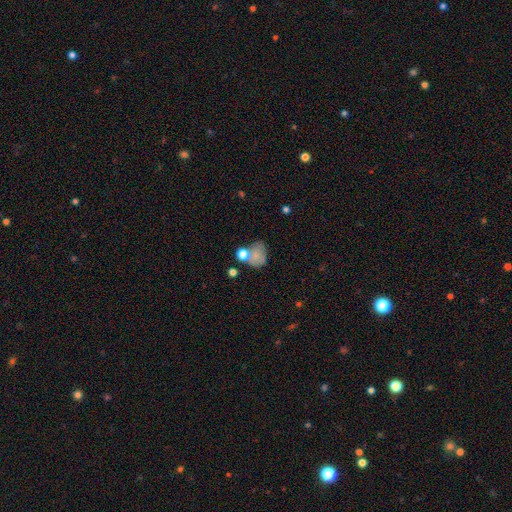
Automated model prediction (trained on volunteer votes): Smooth or featured? Predicted: smooth (p=0.69). How rounded? Predicted: in between (p=0.54). Merging? Predicted: none (p=0.34).